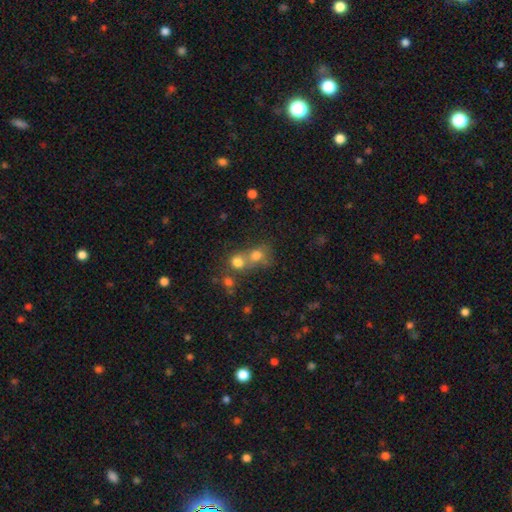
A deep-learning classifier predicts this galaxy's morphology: Smooth or featured?
  - smooth: 57% *
  - star or artifact: 28%
  - featured or disk: 15%
How rounded?
  - round: 81% *
  - in between: 18%
  - cigar-shaped: 2%
Merging?
  - merger: 51% *
  - none: 40%
  - minor disturbance: 6%
  - major disturbance: 4%